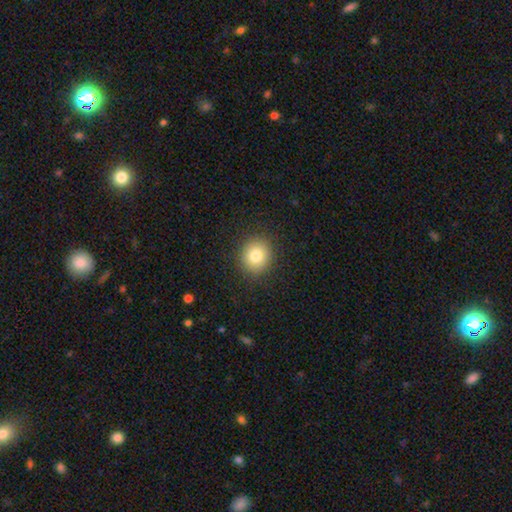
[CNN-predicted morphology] smooth_or_featured: smooth (p=0.82) [alt: star or artifact p=0.10]
how_rounded: round (p=0.84) [alt: in between p=0.16]
merging: none (p=0.90) [alt: minor disturbance p=0.07]